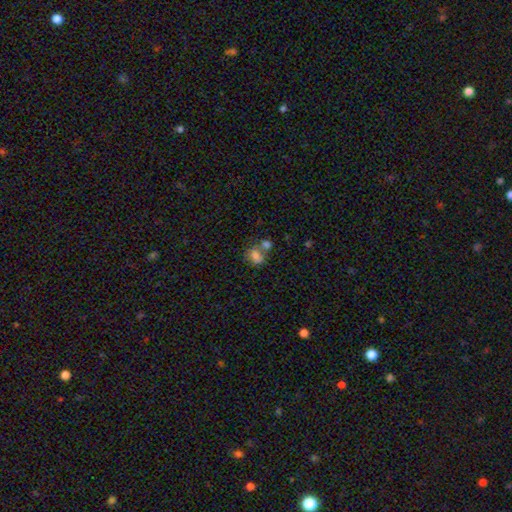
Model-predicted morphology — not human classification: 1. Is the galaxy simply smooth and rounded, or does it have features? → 76% smooth, 13% featured or disk, 11% star or artifact.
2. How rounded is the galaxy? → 58% in between, 40% round, 1% cigar-shaped.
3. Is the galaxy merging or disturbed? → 43% merger, 37% none, 13% minor disturbance, 6% major disturbance.